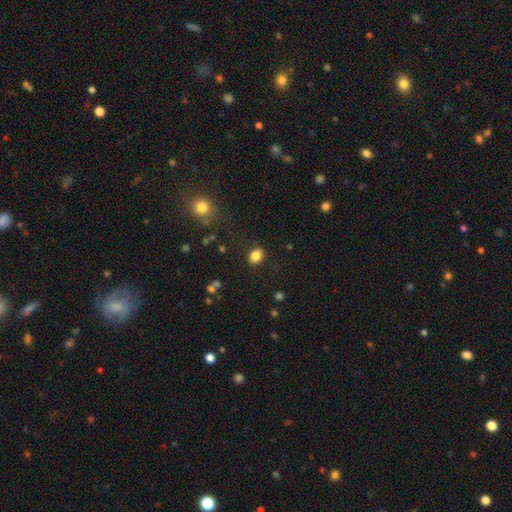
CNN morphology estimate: Smooth or featured: smooth — 84% (star or artifact — 11%)
How rounded: in between — 51% (round — 48%)
Merging: none — 85% (minor disturbance — 10%)